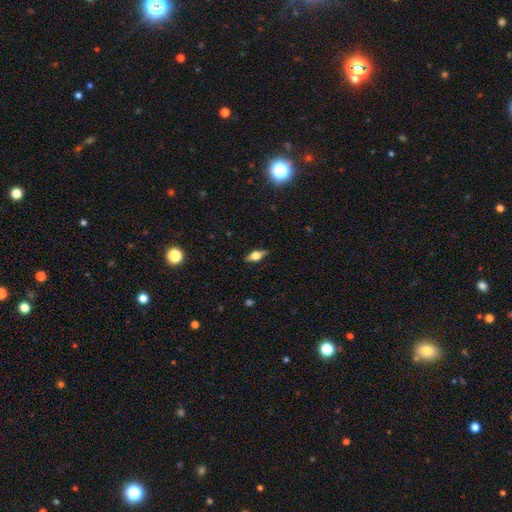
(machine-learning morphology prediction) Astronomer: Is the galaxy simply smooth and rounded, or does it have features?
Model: featured or disk — 55% (runner-up: smooth, 36%).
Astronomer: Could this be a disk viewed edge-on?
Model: yes — 93%.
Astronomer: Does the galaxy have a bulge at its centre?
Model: rounded — 92%.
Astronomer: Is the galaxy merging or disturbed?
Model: none — 87%.